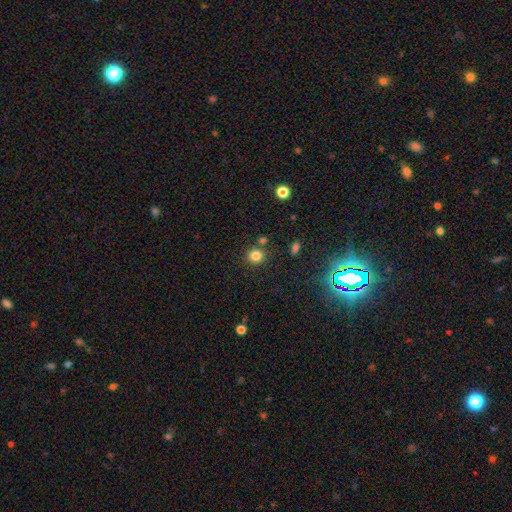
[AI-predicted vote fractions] Smooth or featured?
  - smooth: 82% *
  - star or artifact: 13%
  - featured or disk: 5%
How rounded?
  - round: 85% *
  - in between: 14%
  - cigar-shaped: 1%
Merging?
  - none: 78% *
  - merger: 10%
  - minor disturbance: 9%
  - major disturbance: 3%